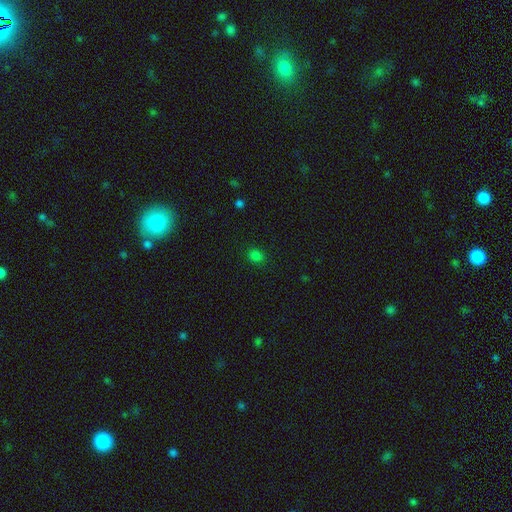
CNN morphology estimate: A smooth galaxy with no disk features (79%) that is round (67%). Merging: none (88%).